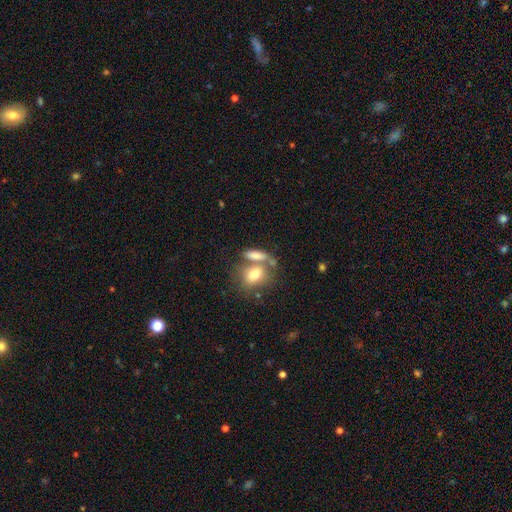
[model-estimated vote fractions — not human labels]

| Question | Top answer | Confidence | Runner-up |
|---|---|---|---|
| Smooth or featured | smooth | 73% | featured or disk (19%) |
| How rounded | in between | 68% | cigar-shaped (18%) |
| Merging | merger | 46% | none (38%) |